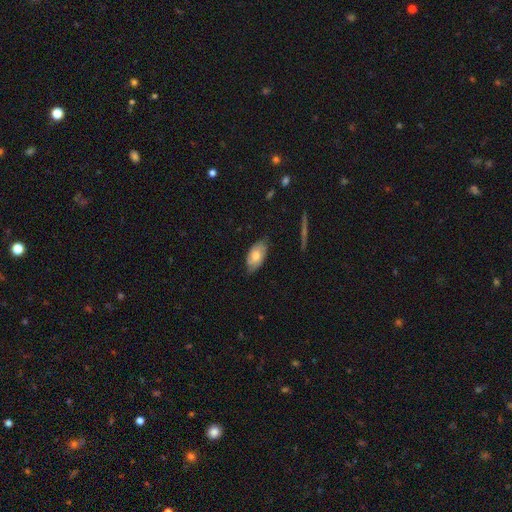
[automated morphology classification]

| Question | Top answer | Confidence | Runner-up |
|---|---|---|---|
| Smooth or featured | smooth | 53% | featured or disk (40%) |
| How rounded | in between | 92% | round (5%) |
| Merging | none | 73% | minor disturbance (22%) |